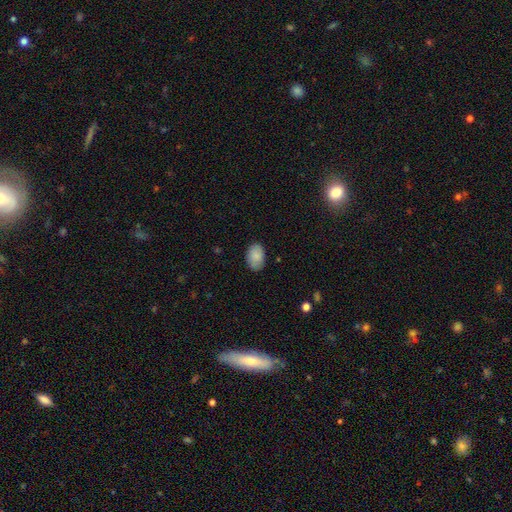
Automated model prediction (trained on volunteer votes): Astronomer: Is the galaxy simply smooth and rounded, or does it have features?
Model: smooth — 87%.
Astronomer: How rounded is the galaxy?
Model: in between — 89%.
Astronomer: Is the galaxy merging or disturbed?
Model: none — 85%.